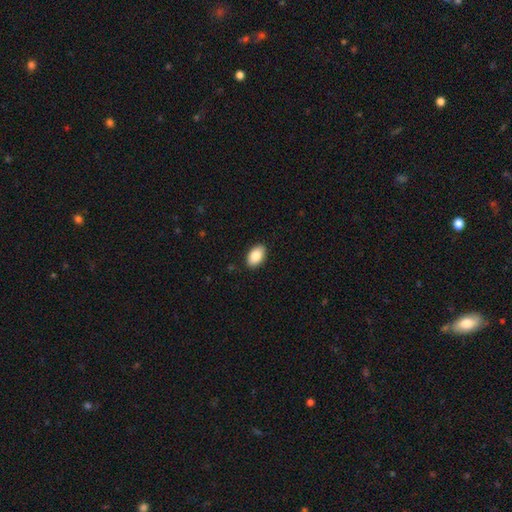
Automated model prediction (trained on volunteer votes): A smooth galaxy with no disk features (86%) that is in between round and cigar-shaped (93%). Merging: none (89%).